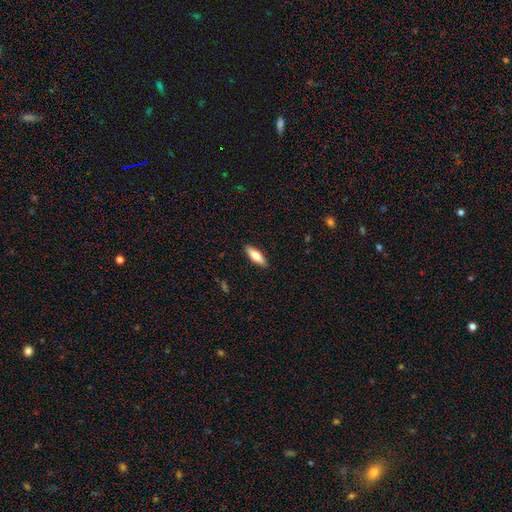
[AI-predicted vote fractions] Smooth or featured? smooth (67%)
How rounded? in between (56%)
Merging? none (89%)